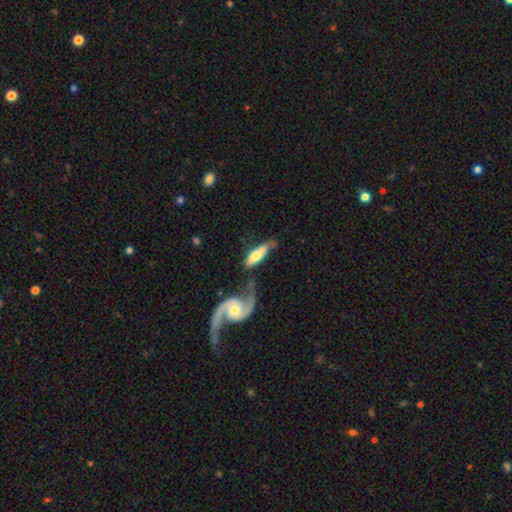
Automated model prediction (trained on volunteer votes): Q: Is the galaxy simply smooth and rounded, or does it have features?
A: smooth — 48%.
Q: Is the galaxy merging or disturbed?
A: none — 37%.